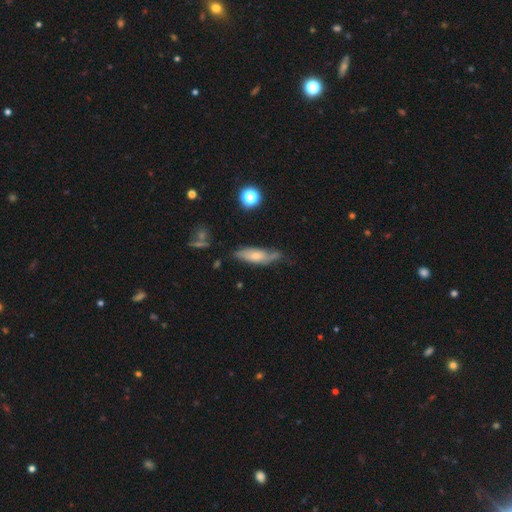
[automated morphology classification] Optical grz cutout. It shows a smooth galaxy with no disk features (56%) that is in between round and cigar-shaped (60%). Merging: none (48%).